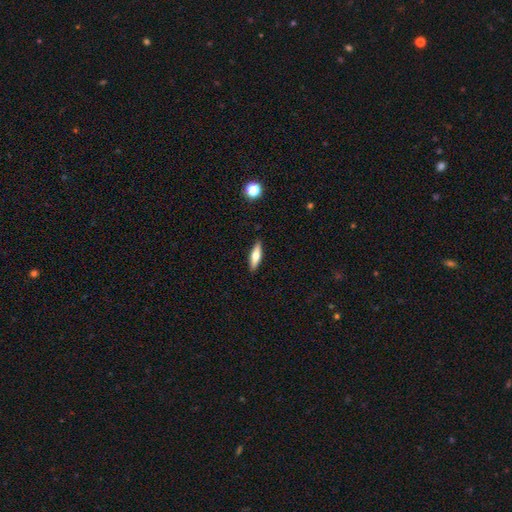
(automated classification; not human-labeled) Morphology: type=smooth (57%); roundness=cigar-shaped (64%); merging=none (89%).